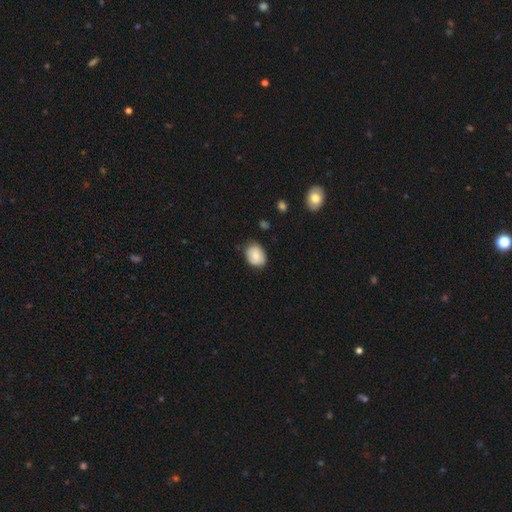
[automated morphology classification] smooth_or_featured: smooth (p=0.75) [alt: featured or disk p=0.17]
how_rounded: in between (p=0.57) [alt: round p=0.42]
merging: none (p=0.72) [alt: minor disturbance p=0.23]